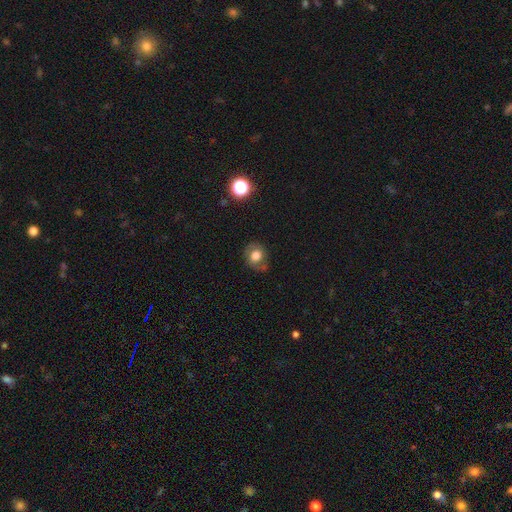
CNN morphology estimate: Overall: smooth (67%). How rounded: round (67%; in between 32%). Merging: none (68%).